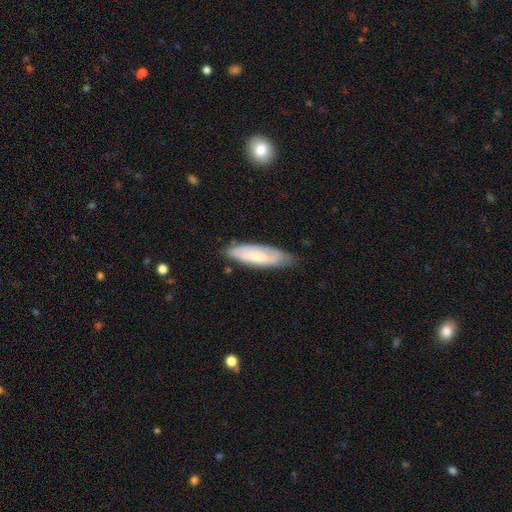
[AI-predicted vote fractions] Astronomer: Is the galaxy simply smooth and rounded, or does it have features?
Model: smooth — 50% (runner-up: featured or disk, 44%).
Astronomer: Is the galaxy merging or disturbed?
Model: none — 73%.